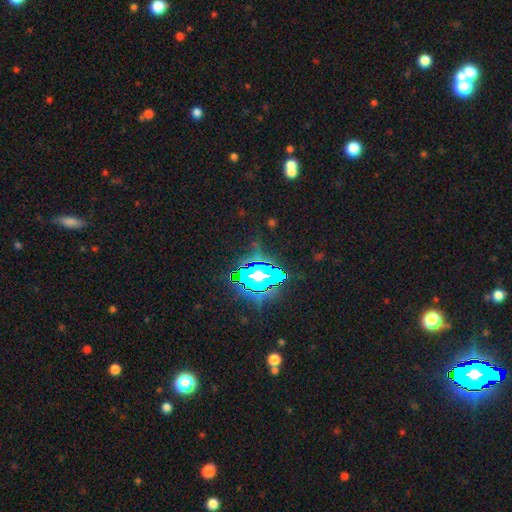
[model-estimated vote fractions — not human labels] A star or artifact, not a galaxy (83%).

Vote fractions:
- Smooth or featured? star or artifact: 83% / smooth: 10% / featured or disk: 7%